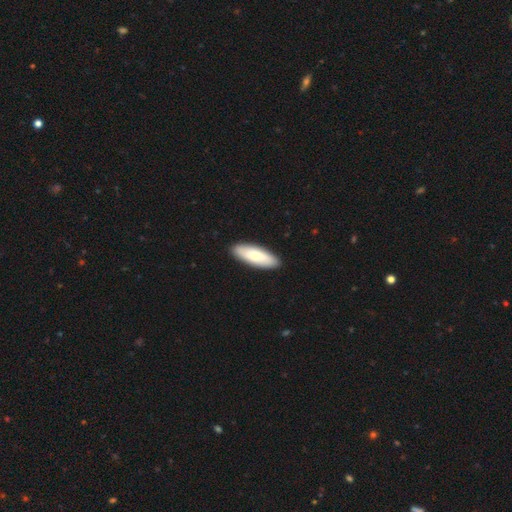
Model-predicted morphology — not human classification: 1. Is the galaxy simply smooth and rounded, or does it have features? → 71% smooth, 24% featured or disk, 5% star or artifact.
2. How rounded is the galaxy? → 66% in between, 32% cigar-shaped, 2% round.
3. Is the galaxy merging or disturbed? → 91% none, 6% minor disturbance, 1% major disturbance, 1% merger.